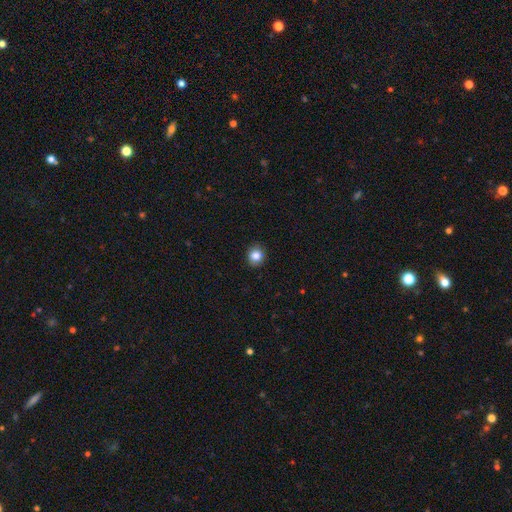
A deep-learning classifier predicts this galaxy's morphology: Smooth or featured?
  - smooth: 85% *
  - star or artifact: 10%
  - featured or disk: 5%
How rounded?
  - round: 84% *
  - in between: 15%
  - cigar-shaped: 1%
Merging?
  - none: 91% *
  - minor disturbance: 7%
  - major disturbance: 2%
  - merger: 1%